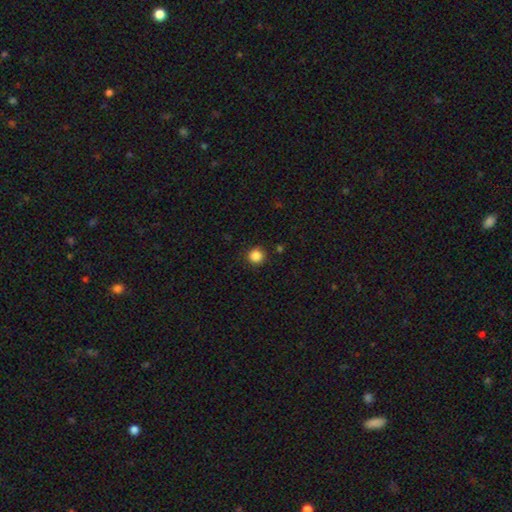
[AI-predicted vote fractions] Smooth or featured? smooth (86%)
How rounded? round (94%)
Merging? none (90%)